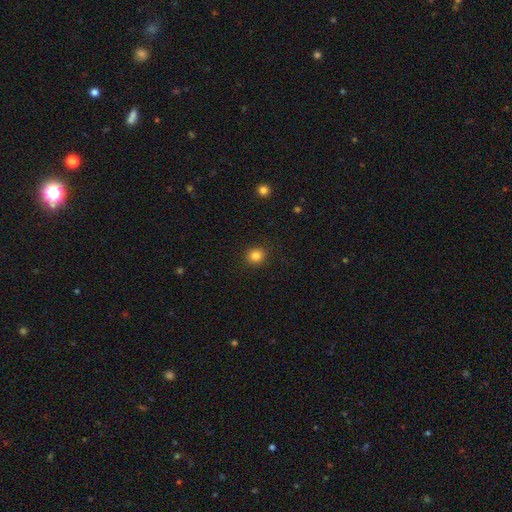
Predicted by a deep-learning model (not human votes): This is clearly a smooth galaxy (84%). How rounded: clearly round (89%). Merging: clearly none (91%).